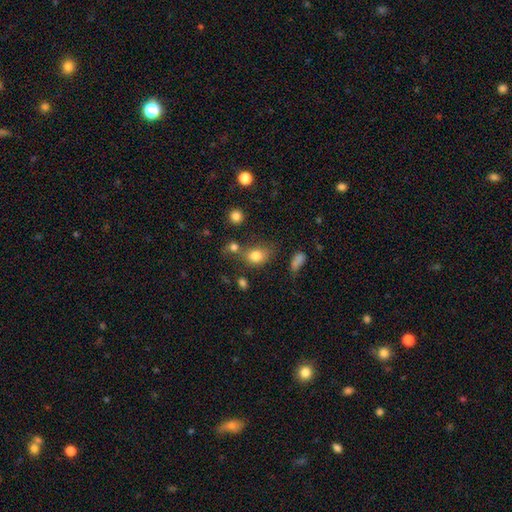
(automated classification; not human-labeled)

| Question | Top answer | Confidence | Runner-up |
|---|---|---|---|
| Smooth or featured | smooth | 80% | star or artifact (12%) |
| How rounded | in between | 61% | round (37%) |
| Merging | none | 49% | minor disturbance (21%) |